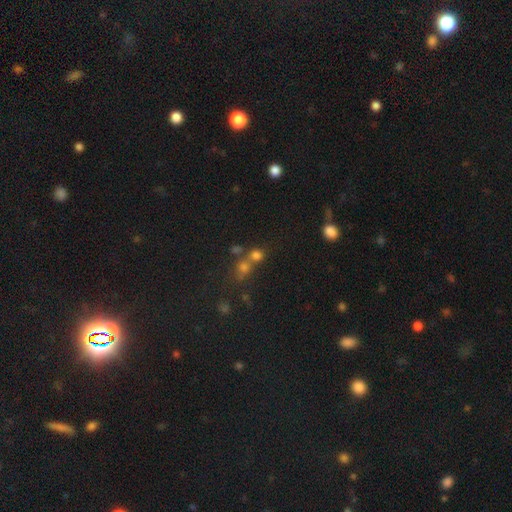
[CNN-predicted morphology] A smooth galaxy with no disk features (65%) that is round (80%). Merging: none (47%).